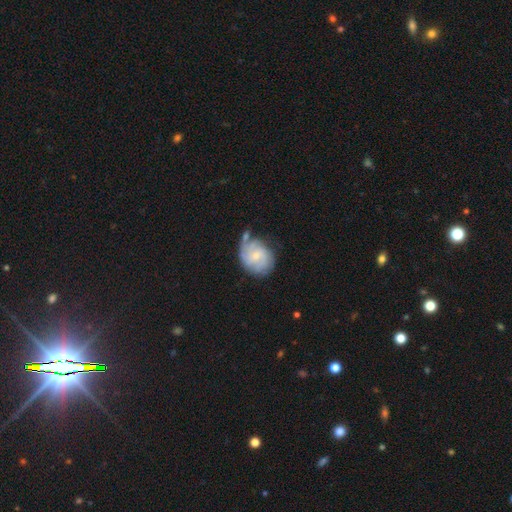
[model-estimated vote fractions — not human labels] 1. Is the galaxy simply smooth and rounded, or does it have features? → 63% featured or disk, 30% smooth, 7% star or artifact.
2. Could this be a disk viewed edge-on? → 98% no, 2% yes.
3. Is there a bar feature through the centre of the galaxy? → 55% no, 40% weak, 5% strong.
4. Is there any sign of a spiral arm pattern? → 86% yes, 14% no.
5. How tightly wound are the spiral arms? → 50% tight, 35% medium, 15% loose.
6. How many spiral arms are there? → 39% can't tell, 24% 2, 19% 3, 8% 4, 5% 1, 4% more than 4.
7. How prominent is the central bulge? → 66% small, 25% moderate, 6% none, 2% large, 1% dominant.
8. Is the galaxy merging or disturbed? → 51% none, 26% minor disturbance, 12% merger, 11% major disturbance.